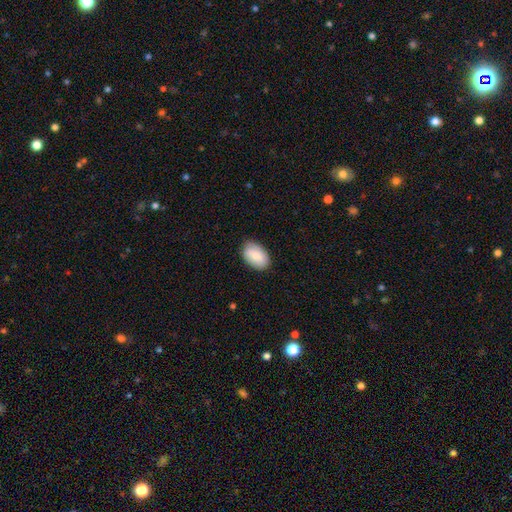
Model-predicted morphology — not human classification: smooth_or_featured: smooth (p=0.82) [alt: featured or disk p=0.11]
how_rounded: in between (p=0.91) [alt: round p=0.07]
merging: none (p=0.83) [alt: minor disturbance p=0.14]